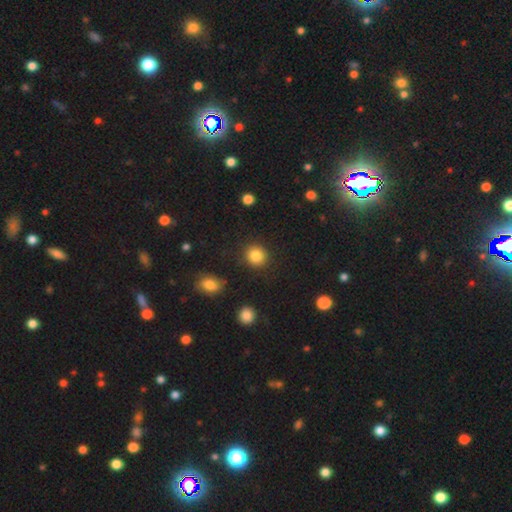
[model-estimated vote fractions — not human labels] This is clearly a smooth galaxy (85%). How rounded: clearly round (88%). Merging: clearly none (88%).